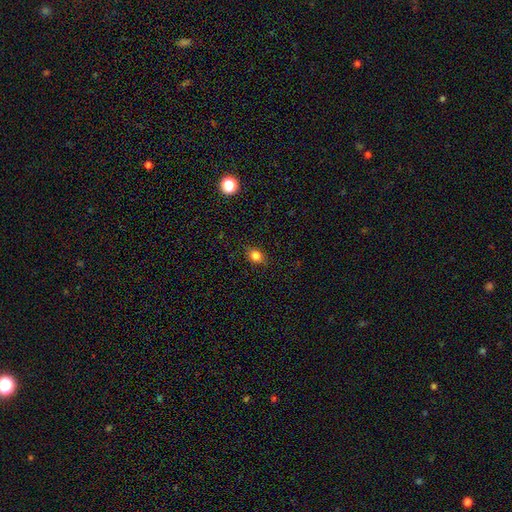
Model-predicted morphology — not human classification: This is clearly a smooth galaxy (82%). How rounded: possibly round (50%). Merging: clearly none (85%).